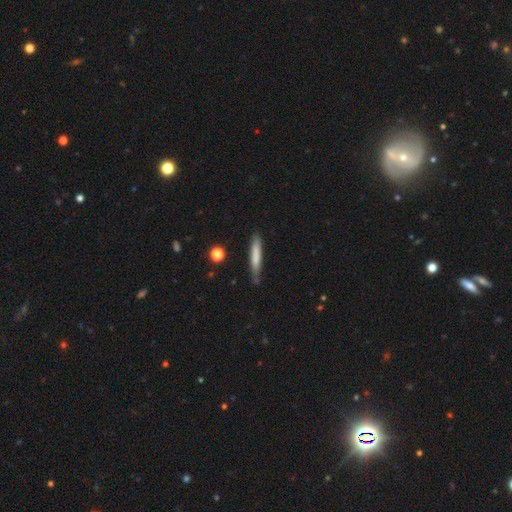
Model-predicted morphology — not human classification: This appears to be a smooth galaxy with no disk features (69%) that is cigar-shaped (94%). Merging: none (75%).